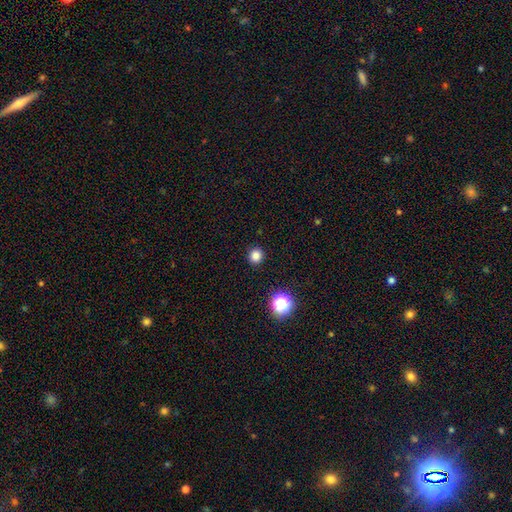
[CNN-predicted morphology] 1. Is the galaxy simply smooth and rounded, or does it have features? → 82% smooth, 14% star or artifact, 4% featured or disk.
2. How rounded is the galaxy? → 92% round, 7% in between, 1% cigar-shaped.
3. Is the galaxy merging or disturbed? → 92% none, 5% minor disturbance, 2% major disturbance, 1% merger.